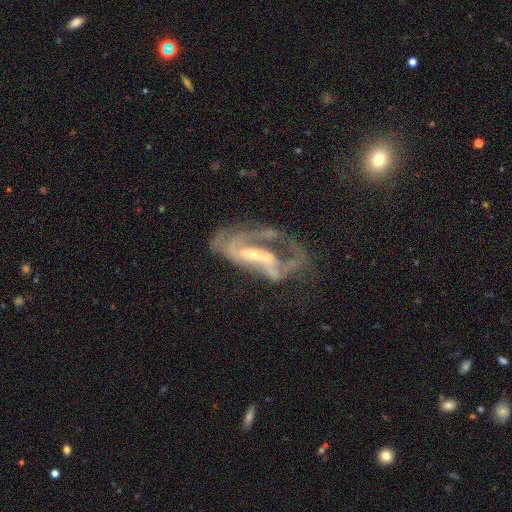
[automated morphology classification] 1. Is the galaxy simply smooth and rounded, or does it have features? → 81% featured or disk, 11% smooth, 8% star or artifact.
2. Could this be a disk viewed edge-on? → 92% no, 8% yes.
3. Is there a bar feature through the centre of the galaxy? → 37% weak, 32% strong, 31% no.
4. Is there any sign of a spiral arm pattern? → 78% yes, 22% no.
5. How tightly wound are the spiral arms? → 43% medium, 30% loose, 27% tight.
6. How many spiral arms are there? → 40% 2, 25% can't tell, 18% 1, 11% 3, 3% 4, 3% more than 4.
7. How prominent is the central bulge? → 55% small, 31% moderate, 9% none, 3% large, 1% dominant.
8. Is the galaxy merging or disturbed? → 46% major disturbance, 28% none, 17% minor disturbance, 9% merger.